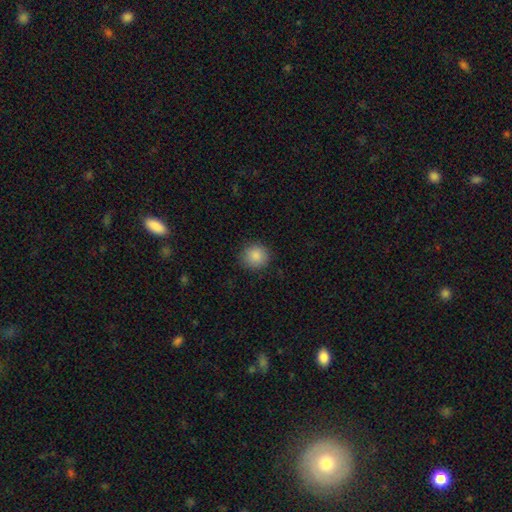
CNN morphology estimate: Smooth or featured? smooth (87%)
How rounded? round (91%)
Merging? none (88%)